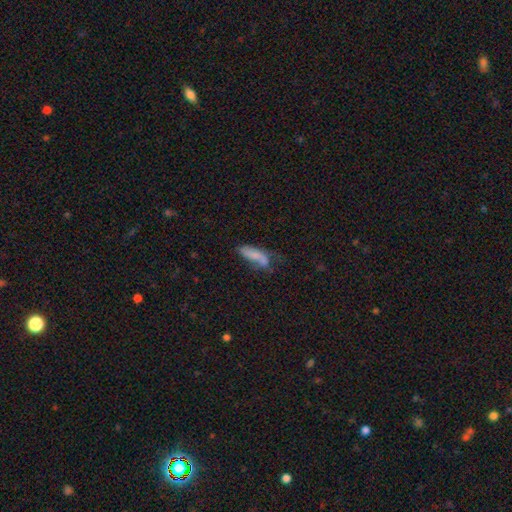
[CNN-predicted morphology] Smooth or featured? smooth (69%)
How rounded? in between (57%)
Merging? none (34%)